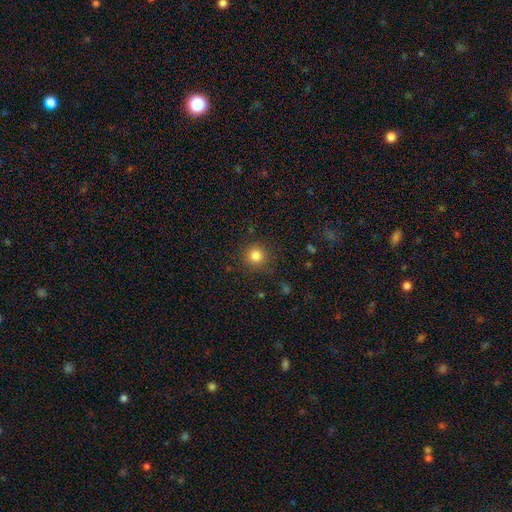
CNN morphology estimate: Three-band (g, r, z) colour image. It shows a smooth galaxy with no disk features (83%) that is round (94%). Merging: none (87%).